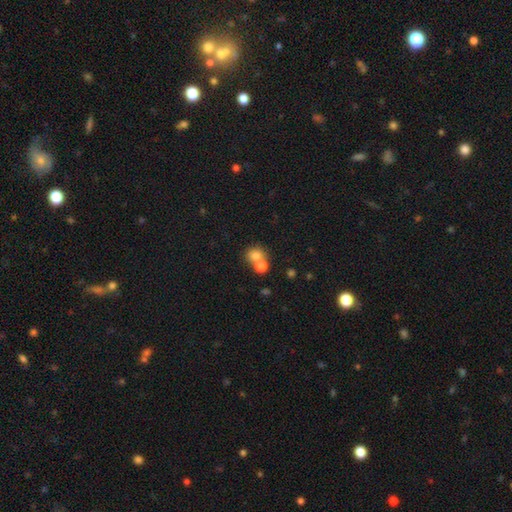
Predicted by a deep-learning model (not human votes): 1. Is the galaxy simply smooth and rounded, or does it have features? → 77% smooth, 13% star or artifact, 11% featured or disk.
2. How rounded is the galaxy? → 76% round, 23% in between, 1% cigar-shaped.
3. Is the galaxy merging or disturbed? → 45% merger, 44% none, 7% minor disturbance, 3% major disturbance.